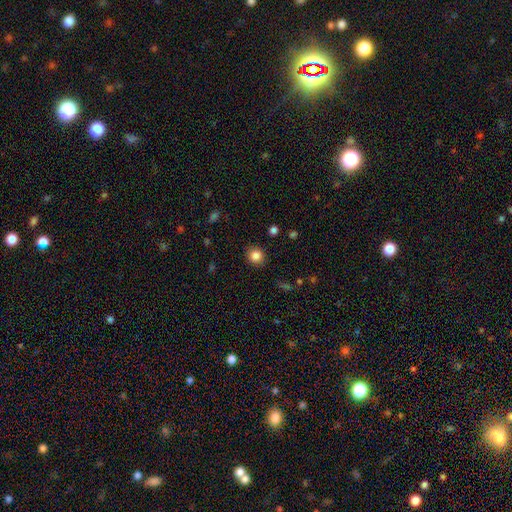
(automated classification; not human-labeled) Smooth or featured? smooth (85%)
How rounded? round (86%)
Merging? none (89%)